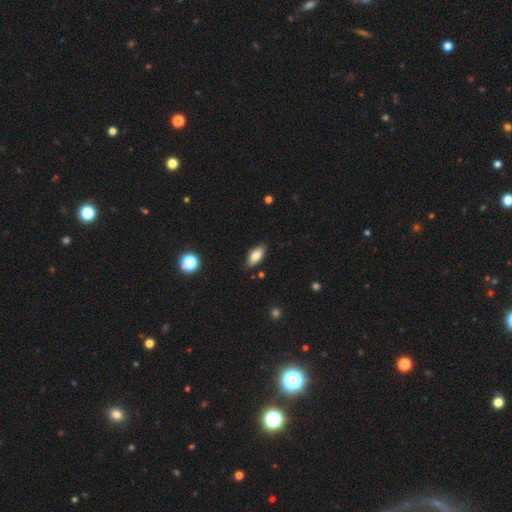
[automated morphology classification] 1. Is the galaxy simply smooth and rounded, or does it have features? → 79% smooth, 14% featured or disk, 8% star or artifact.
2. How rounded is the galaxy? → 83% in between, 14% cigar-shaped, 3% round.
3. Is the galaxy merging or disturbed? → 86% none, 10% minor disturbance, 2% major disturbance, 1% merger.